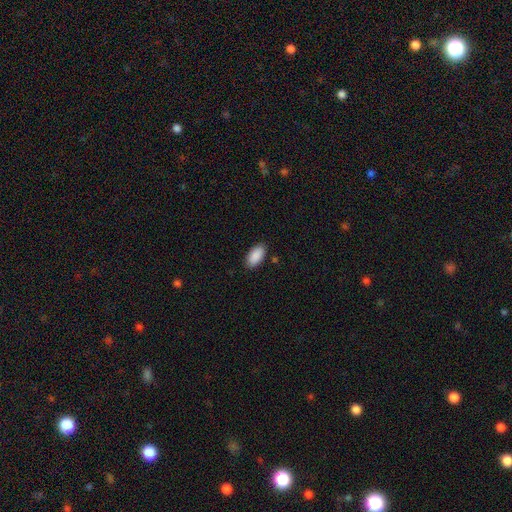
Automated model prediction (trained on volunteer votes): A smooth galaxy with no disk features (91%) that is in between round and cigar-shaped (95%). Merging: none (87%).